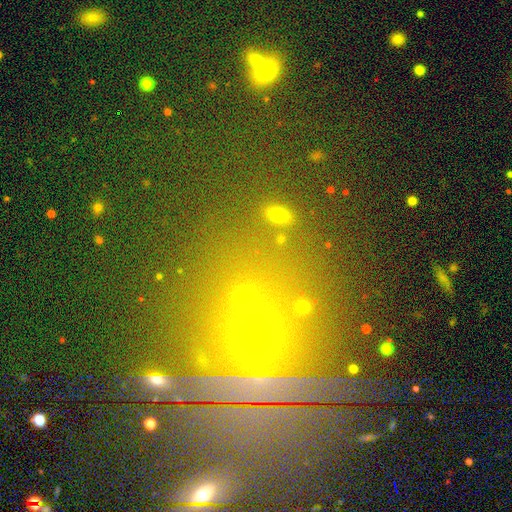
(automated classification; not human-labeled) This appears to be a star or artifact, not a galaxy (64%).